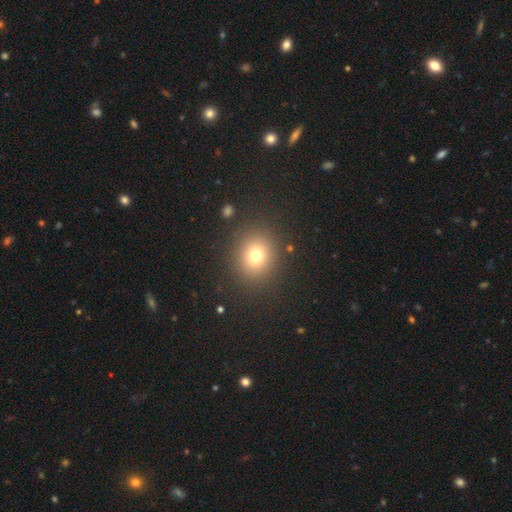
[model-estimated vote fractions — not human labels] smooth 74%, star or artifact 16%, featured or disk 10%. Down the decision tree: how rounded — round (78%); merging — none (87%).